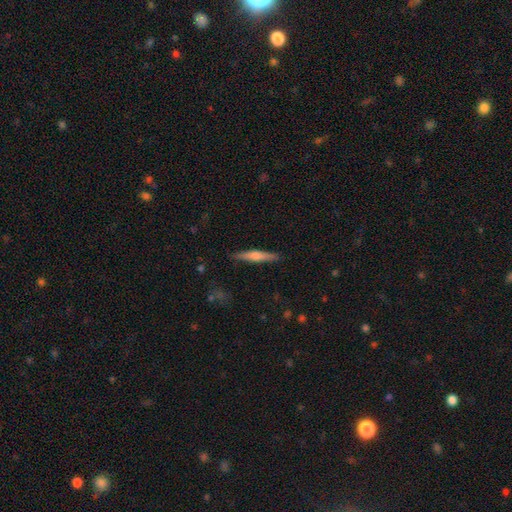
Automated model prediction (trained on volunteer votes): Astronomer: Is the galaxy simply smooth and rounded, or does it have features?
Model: featured or disk — 53% (runner-up: smooth, 41%).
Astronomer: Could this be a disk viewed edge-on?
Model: yes — 97%.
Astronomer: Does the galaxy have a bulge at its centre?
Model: rounded — 77%.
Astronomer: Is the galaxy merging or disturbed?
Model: none — 90%.